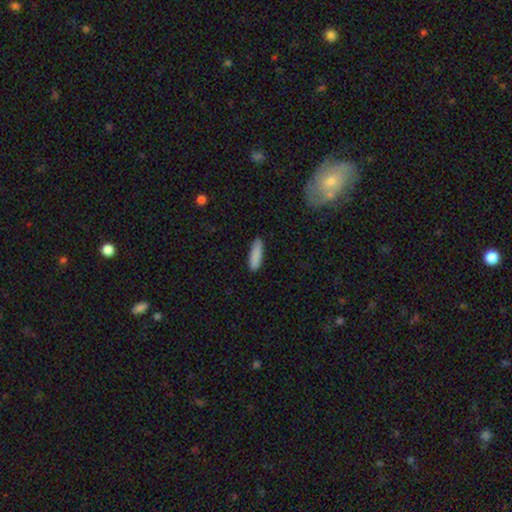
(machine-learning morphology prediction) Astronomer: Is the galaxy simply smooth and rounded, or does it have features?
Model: smooth — 88%.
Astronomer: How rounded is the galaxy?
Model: cigar-shaped — 61% (runner-up: in between, 38%).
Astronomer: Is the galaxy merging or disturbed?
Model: none — 88%.